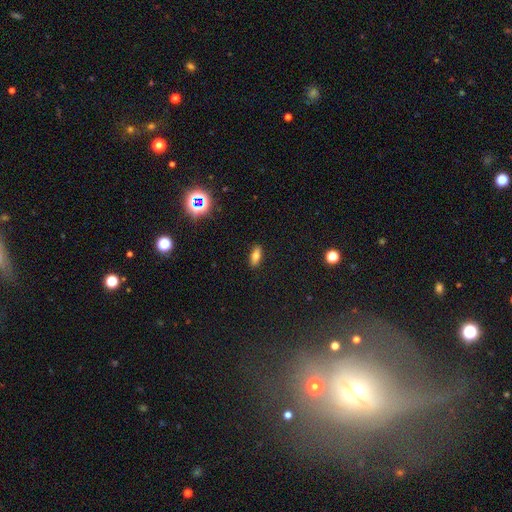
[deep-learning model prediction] A smooth galaxy with no disk features (72%) that is in between round and cigar-shaped (76%). Merging: none (88%).